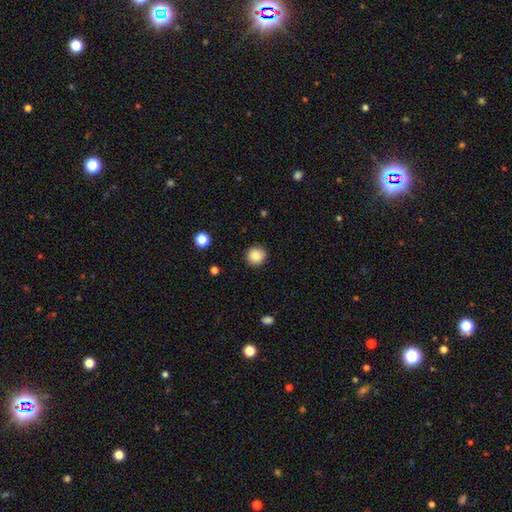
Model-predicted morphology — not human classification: Overall: smooth (85%). How rounded: round (92%). Merging: none (90%).